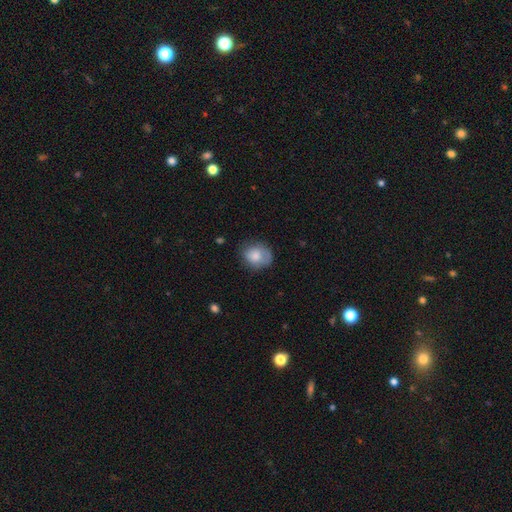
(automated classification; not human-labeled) This is likely a smooth galaxy (75%). How rounded: likely round (66%). Merging: likely none (63%).